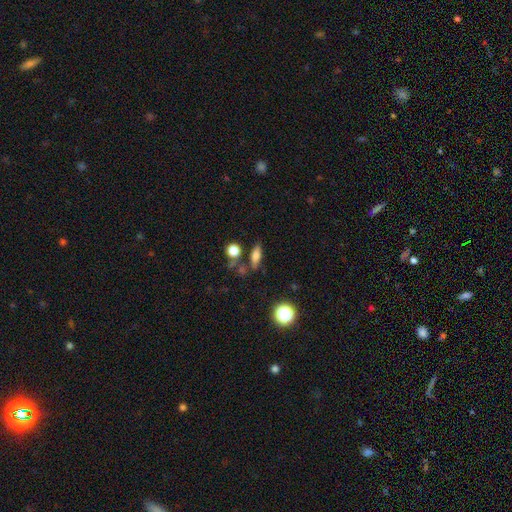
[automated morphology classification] This appears to be a smooth galaxy with no disk features (69%) that is in between round and cigar-shaped (58%). Merging: none (70%).